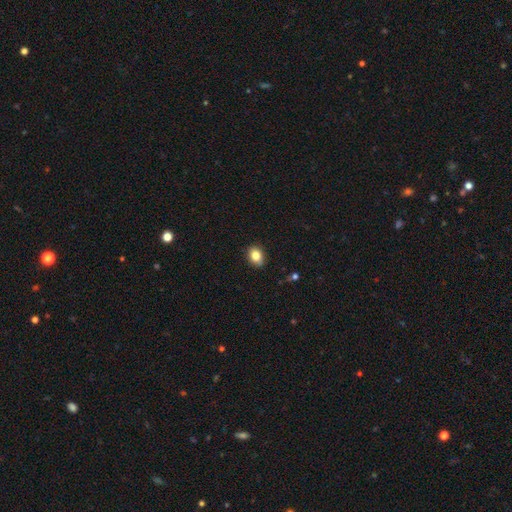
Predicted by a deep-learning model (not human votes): Q: Smooth or featured?
A: smooth (84%); runner-up: star or artifact (9%)
Q: How rounded?
A: in between (69%); runner-up: round (30%)
Q: Merging?
A: none (86%); runner-up: minor disturbance (11%)